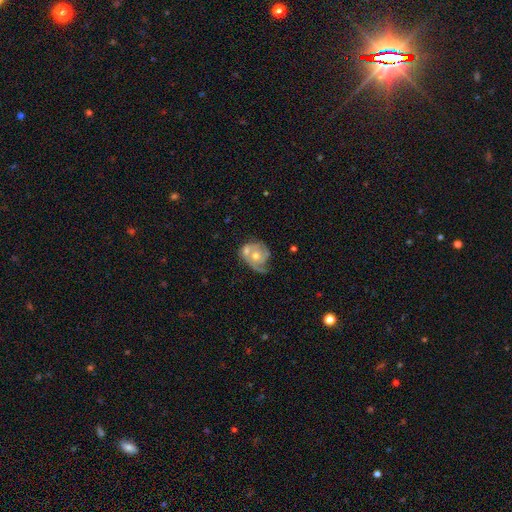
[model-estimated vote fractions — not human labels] Smooth or featured?
  - featured or disk: 74% *
  - smooth: 19%
  - star or artifact: 7%
Edge-on disk?
  - no: 97% *
  - yes: 3%
Bar?
  - no: 77% *
  - weak: 20%
  - strong: 4%
Spiral arms?
  - yes: 83% *
  - no: 17%
Spiral winding?
  - tight: 49% *
  - medium: 36%
  - loose: 16%
Spiral arm count?
  - 2: 42% *
  - 1: 26%
  - can't tell: 19%
  - 3: 9%
  - 4: 2%
  - more than 4: 2%
Bulge size?
  - moderate: 65% *
  - small: 29%
  - large: 3%
  - none: 2%
  - dominant: 1%
Merging?
  - none: 37% *
  - merger: 28%
  - minor disturbance: 20%
  - major disturbance: 15%